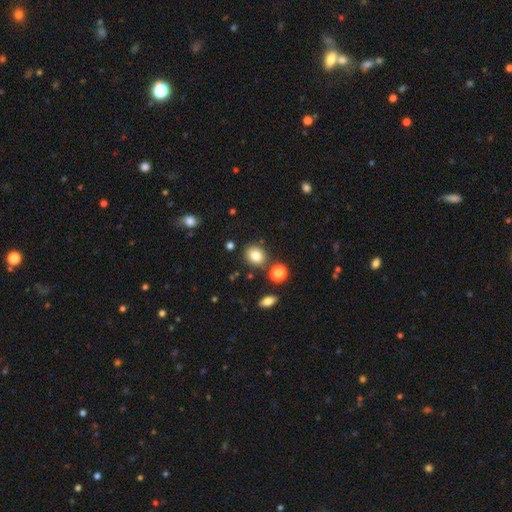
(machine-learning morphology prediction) The model was most divided on "how rounded": round: 59%, in between: 39%, cigar-shaped: 1%. More confident: smooth or featured — smooth (80%); merging — none (80%).